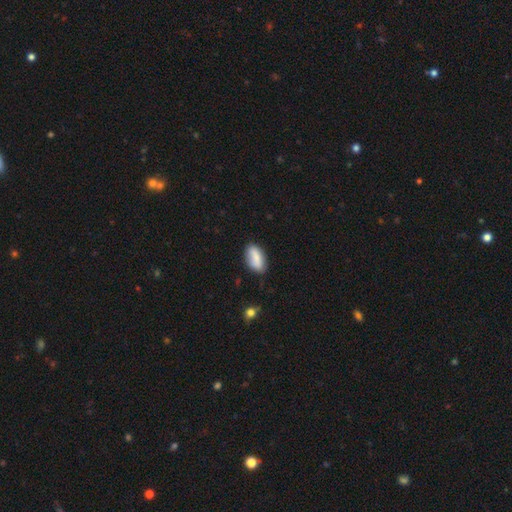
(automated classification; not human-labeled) A smooth galaxy with no disk features (82%) that is in between round and cigar-shaped (90%).

Vote fractions:
- Smooth or featured? smooth: 82% / featured or disk: 11% / star or artifact: 7%
- How rounded? in between: 90% / cigar-shaped: 6% / round: 4%
- Merging? none: 75% / minor disturbance: 18% / major disturbance: 4% / merger: 3%